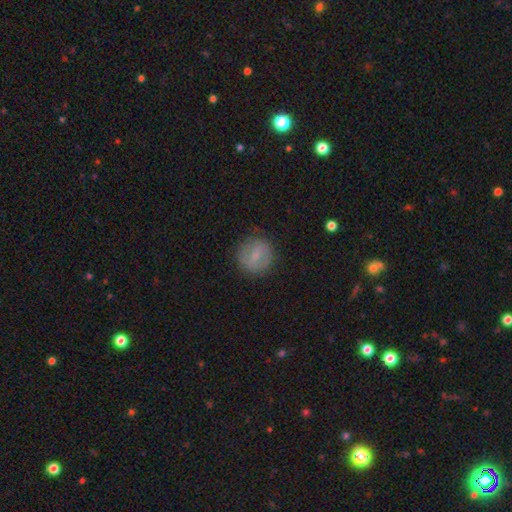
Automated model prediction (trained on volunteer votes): This appears to be a smooth galaxy with no disk features (62%) that is round (90%). Merging: none (83%).